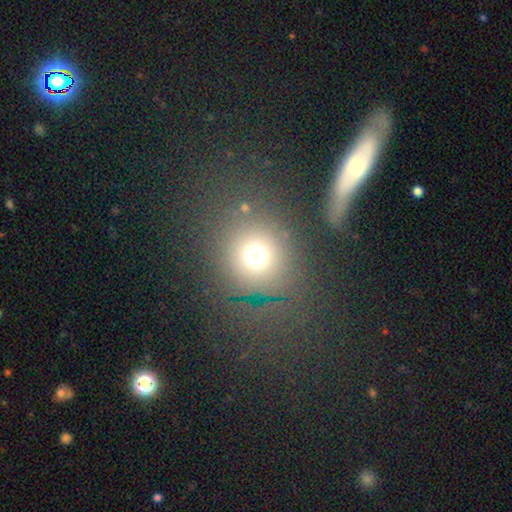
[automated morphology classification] The model was most divided on "smooth or featured": smooth: 67%, star or artifact: 21%, featured or disk: 12%. More confident: how rounded — round (87%); merging — none (74%).